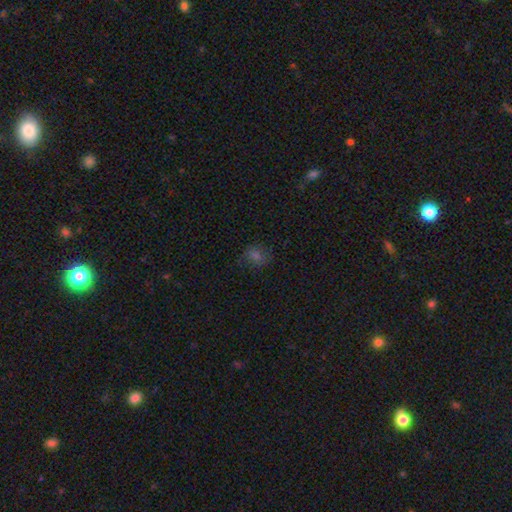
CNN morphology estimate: Smooth or featured?
  - smooth: 58% *
  - star or artifact: 26%
  - featured or disk: 17%
How rounded?
  - round: 64% *
  - in between: 35%
  - cigar-shaped: 1%
Merging?
  - none: 77% *
  - minor disturbance: 15%
  - major disturbance: 6%
  - merger: 1%